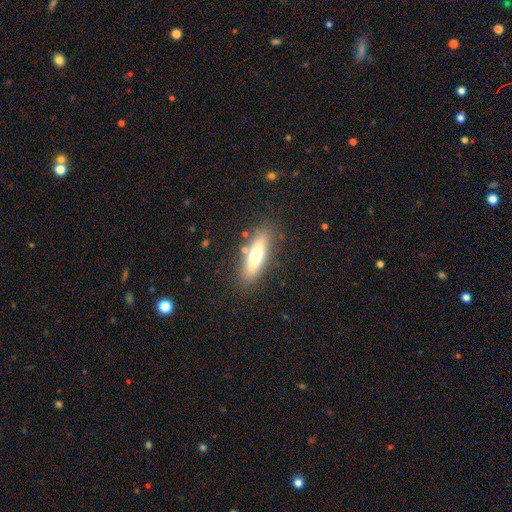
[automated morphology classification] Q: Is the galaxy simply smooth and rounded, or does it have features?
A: smooth — 62%.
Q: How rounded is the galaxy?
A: cigar-shaped — 52%.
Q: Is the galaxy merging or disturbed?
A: none — 81%.